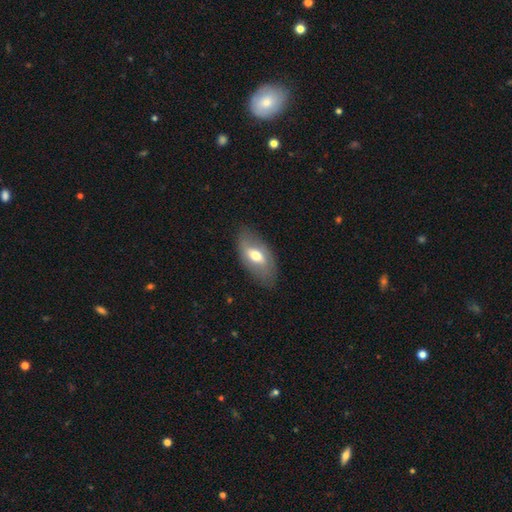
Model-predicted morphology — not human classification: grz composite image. It shows a smooth galaxy with no disk features (55%) that is in between round and cigar-shaped (90%). Merging: none (79%).